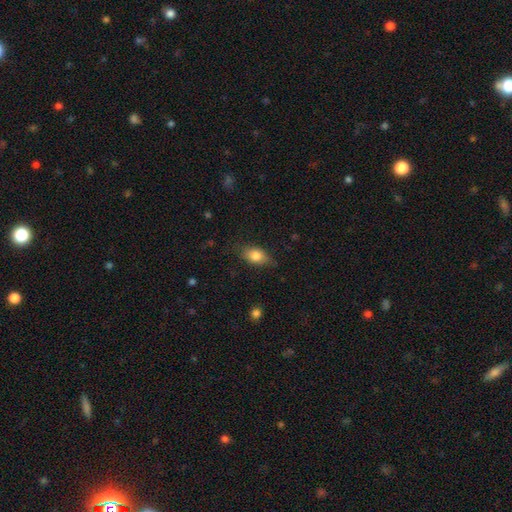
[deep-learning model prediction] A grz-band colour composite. It shows a smooth galaxy with no disk features (81%) that is in between round and cigar-shaped (83%). Merging: none (75%).